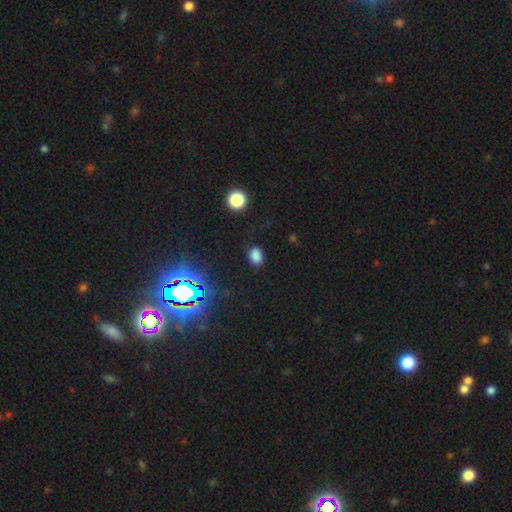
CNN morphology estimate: Smooth or featured? Predicted: smooth (p=0.74). How rounded? Predicted: in between (p=0.70). Merging? Predicted: none (p=0.79).